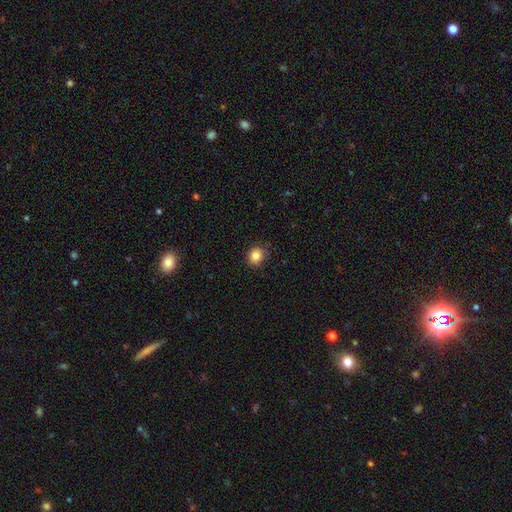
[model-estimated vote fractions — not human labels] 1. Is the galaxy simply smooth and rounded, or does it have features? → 84% smooth, 11% star or artifact, 5% featured or disk.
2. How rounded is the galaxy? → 75% round, 24% in between, 1% cigar-shaped.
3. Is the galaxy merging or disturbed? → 83% none, 13% minor disturbance, 3% major disturbance, 1% merger.